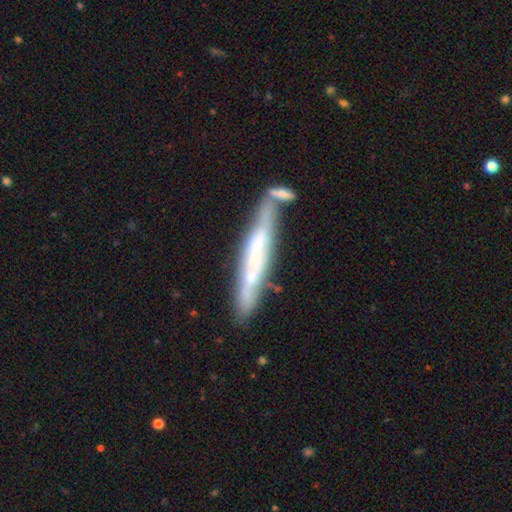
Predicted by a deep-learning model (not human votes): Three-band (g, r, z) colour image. It shows a featured or disk galaxy (60%) viewed edge-on (79%). Merging: none (55%).